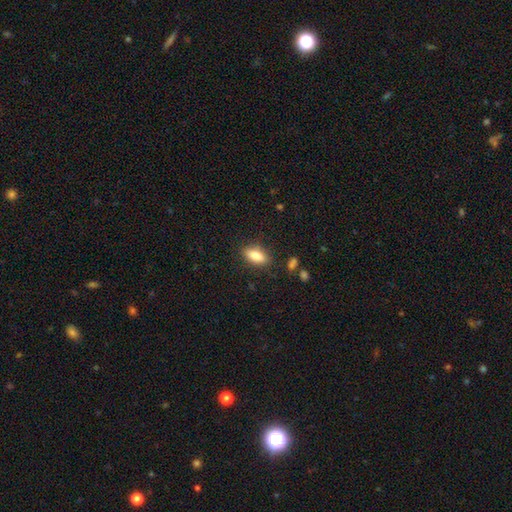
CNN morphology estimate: Smooth or featured? smooth (83%)
How rounded? in between (85%)
Merging? none (85%)